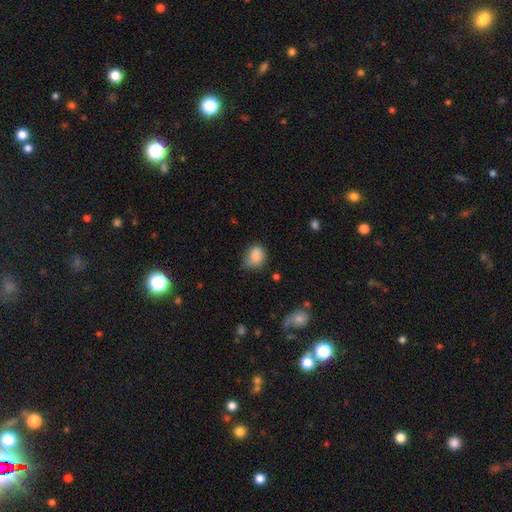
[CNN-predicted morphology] smooth_or_featured: smooth (p=0.85) [alt: star or artifact p=0.09]
how_rounded: in between (p=0.56) [alt: round p=0.43]
merging: none (p=0.53) [alt: minor disturbance p=0.34]